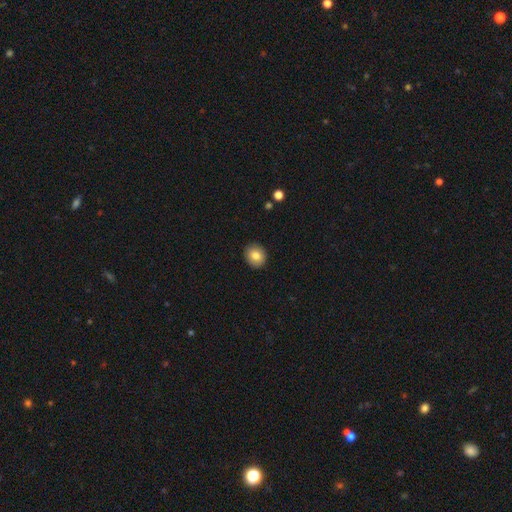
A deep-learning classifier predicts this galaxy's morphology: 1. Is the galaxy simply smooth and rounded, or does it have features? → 82% smooth, 9% featured or disk, 9% star or artifact.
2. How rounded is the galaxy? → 81% round, 18% in between, 1% cigar-shaped.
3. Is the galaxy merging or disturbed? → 92% none, 6% minor disturbance, 2% major disturbance, 1% merger.